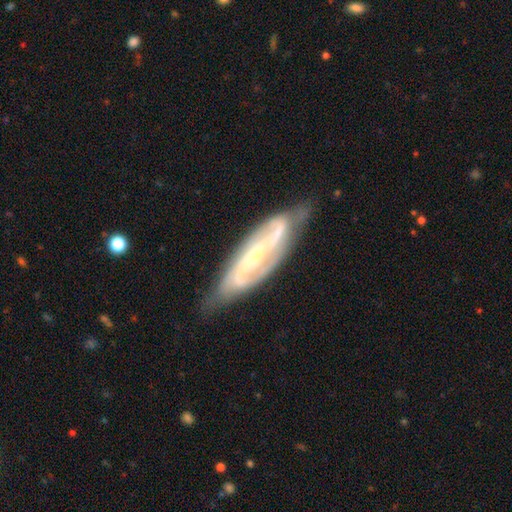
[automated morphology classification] smooth-or-featured: featured or disk: 87% | smooth: 8% | star or artifact: 5%
  disk-edge-on: no: 88% | yes: 12%
    bar: strong: 41% | weak: 31% | no: 28%
    has-spiral-arms: yes: 96% | no: 4%
      spiral-winding: medium: 46% | tight: 35% | loose: 19%
      spiral-arm-count: 2: 82% | can't tell: 8% | 3: 5% | 1: 2% | 4: 2% | more than 4: 2%
    bulge-size: small: 68% | moderate: 27% | none: 2% | large: 2% | dominant: 1%
  merging: none: 72% | minor disturbance: 21% | major disturbance: 6% | merger: 2%